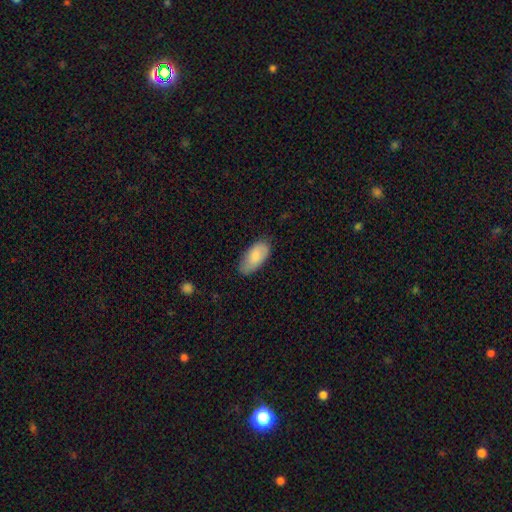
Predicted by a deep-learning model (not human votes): This is clearly a smooth galaxy (82%). How rounded: clearly in between (92%). Merging: likely none (76%).